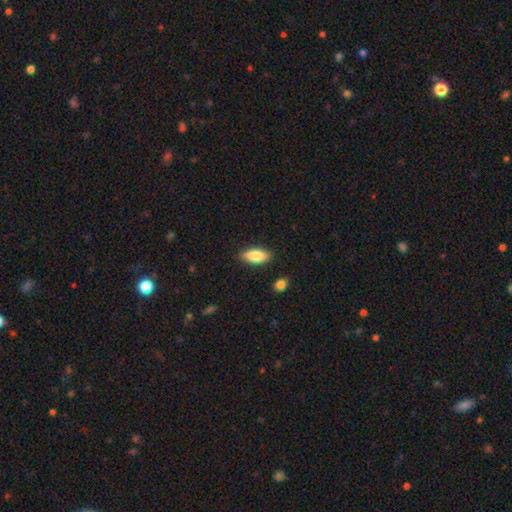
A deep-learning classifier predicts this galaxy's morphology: This is clearly a smooth galaxy (82%). How rounded: likely in between (80%). Merging: clearly none (85%).